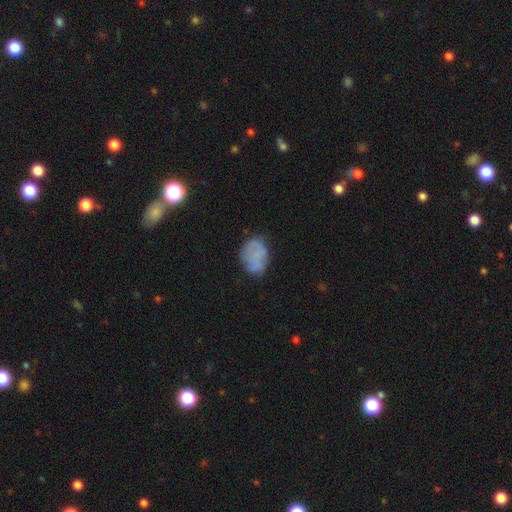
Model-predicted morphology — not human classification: Smooth or featured?
  - smooth: 68% *
  - featured or disk: 22%
  - star or artifact: 11%
How rounded?
  - in between: 74% *
  - round: 25%
  - cigar-shaped: 1%
Merging?
  - none: 64% *
  - minor disturbance: 24%
  - major disturbance: 10%
  - merger: 2%